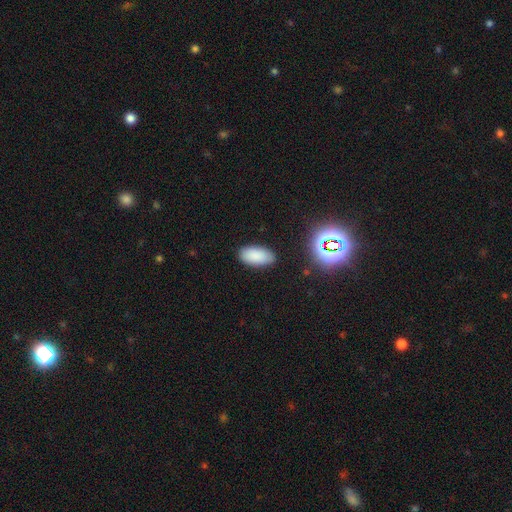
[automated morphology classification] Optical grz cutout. It shows a smooth galaxy with no disk features (86%) that is in between round and cigar-shaped (93%). Merging: none (85%).